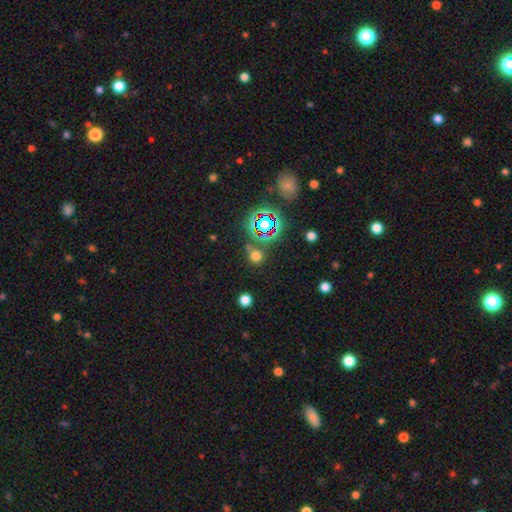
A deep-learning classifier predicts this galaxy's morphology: smooth 61%, star or artifact 32%, featured or disk 7%. Down the decision tree: how rounded — round (87%); merging — none (72%).